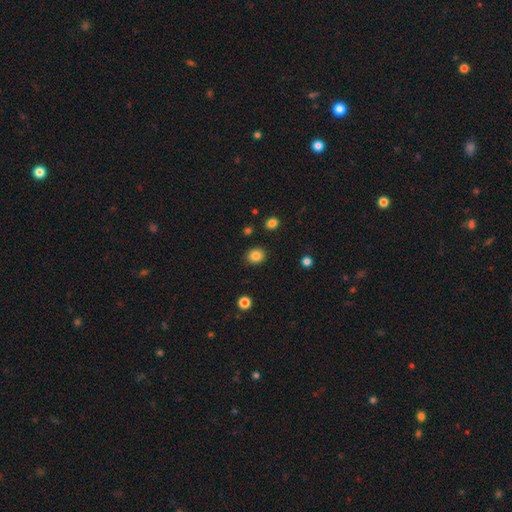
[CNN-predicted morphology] Overall: smooth (85%). How rounded: round (76%). Merging: none (88%).